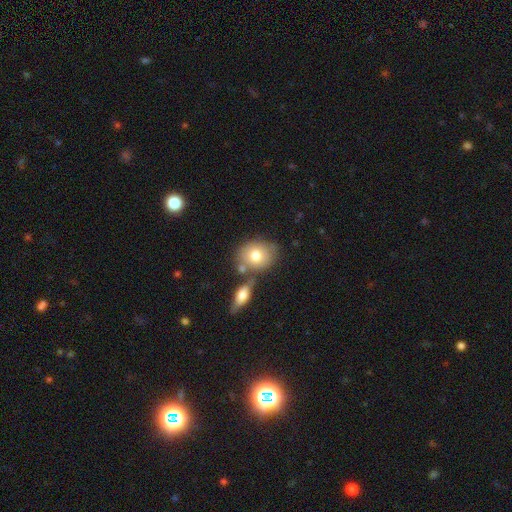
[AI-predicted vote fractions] The model was most divided on "how rounded": round: 51%, in between: 47%, cigar-shaped: 2%. More confident: smooth or featured — smooth (75%); merging — none (59%).